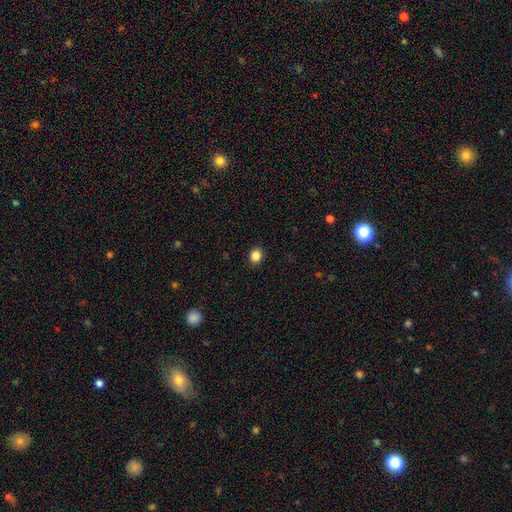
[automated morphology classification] A smooth galaxy with no disk features (85%) that is round (73%).

Vote fractions:
- Smooth or featured? smooth: 85% / star or artifact: 11% / featured or disk: 4%
- How rounded? round: 73% / in between: 26% / cigar-shaped: 1%
- Merging? none: 91% / minor disturbance: 6% / major disturbance: 2% / merger: 1%